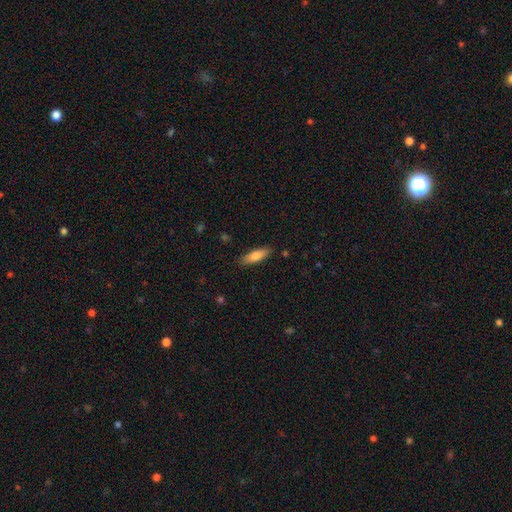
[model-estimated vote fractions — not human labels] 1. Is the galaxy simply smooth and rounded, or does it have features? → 76% smooth, 18% featured or disk, 6% star or artifact.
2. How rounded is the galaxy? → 52% cigar-shaped, 47% in between, 2% round.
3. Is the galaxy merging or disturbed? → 86% none, 10% minor disturbance, 2% major disturbance, 1% merger.